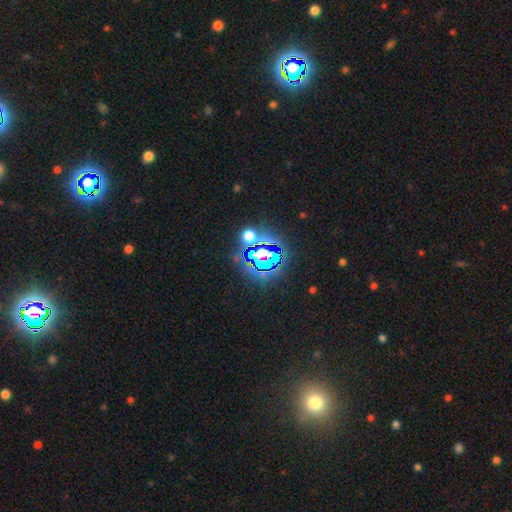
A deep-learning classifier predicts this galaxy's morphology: This is likely a star or artifact rather than a galaxy (74%).